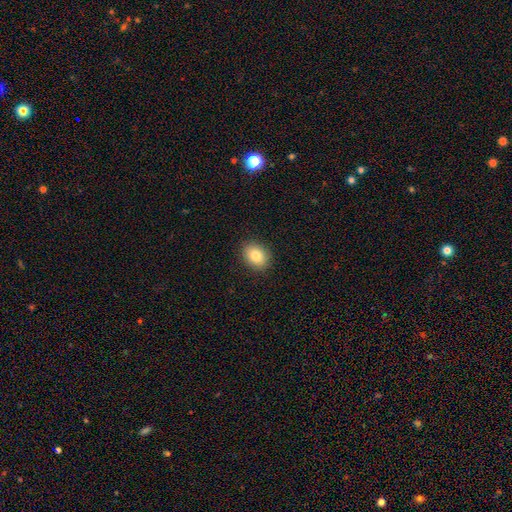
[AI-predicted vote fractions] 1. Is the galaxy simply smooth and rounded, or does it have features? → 83% smooth, 9% star or artifact, 8% featured or disk.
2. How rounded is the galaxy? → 56% in between, 43% round, 1% cigar-shaped.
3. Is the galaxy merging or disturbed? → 89% none, 8% minor disturbance, 2% major disturbance, 1% merger.